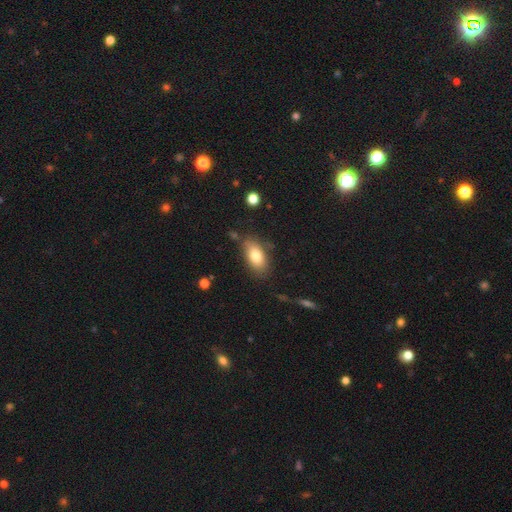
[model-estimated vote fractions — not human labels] Smooth or featured: smooth — 79% (featured or disk — 13%)
How rounded: in between — 90% (cigar-shaped — 6%)
Merging: none — 77% (minor disturbance — 16%)